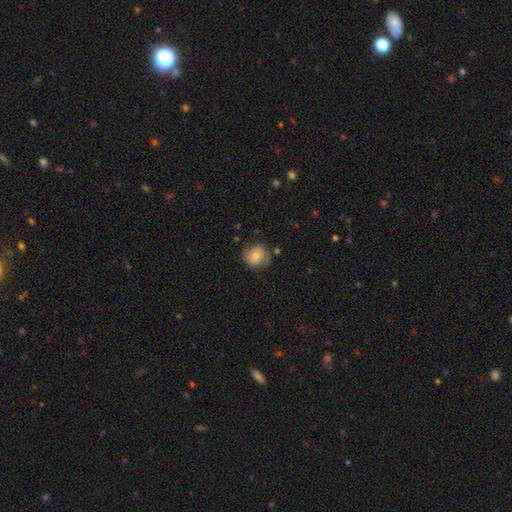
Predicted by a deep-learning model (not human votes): Smooth or featured? Predicted: smooth (p=0.49). Merging? Predicted: none (p=0.70).